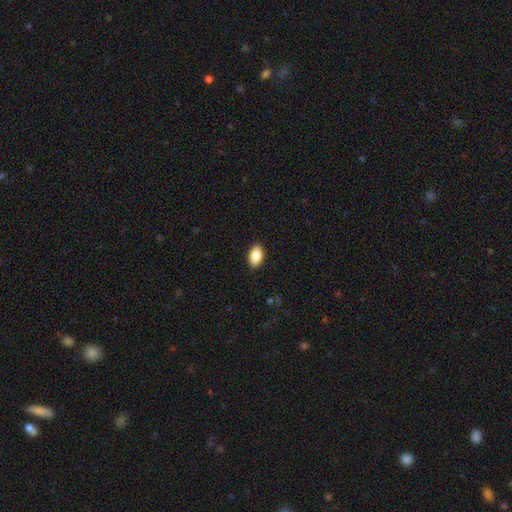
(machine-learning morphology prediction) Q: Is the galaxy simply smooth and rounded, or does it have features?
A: smooth — 85%.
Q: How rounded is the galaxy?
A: in between — 93%.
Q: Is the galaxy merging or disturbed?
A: none — 90%.